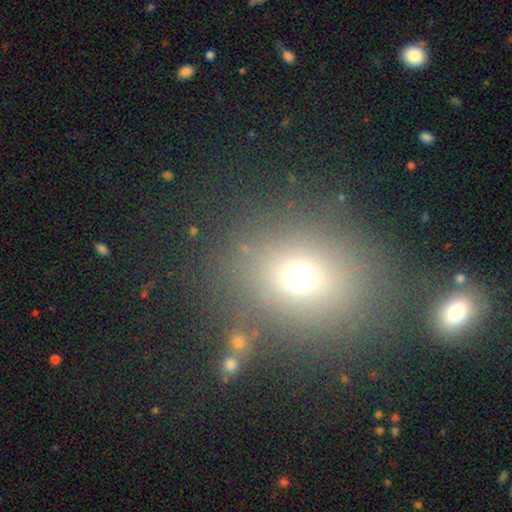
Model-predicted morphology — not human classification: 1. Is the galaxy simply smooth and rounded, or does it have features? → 64% smooth, 25% star or artifact, 11% featured or disk.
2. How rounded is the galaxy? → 67% round, 32% in between, 1% cigar-shaped.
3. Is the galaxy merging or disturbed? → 78% none, 9% minor disturbance, 8% merger, 5% major disturbance.